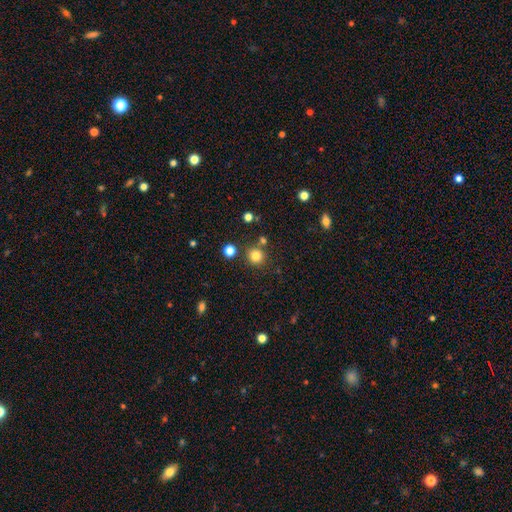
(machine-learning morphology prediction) Smooth or featured? Predicted: smooth (p=0.81). How rounded? Predicted: round (p=0.92). Merging? Predicted: none (p=0.79).